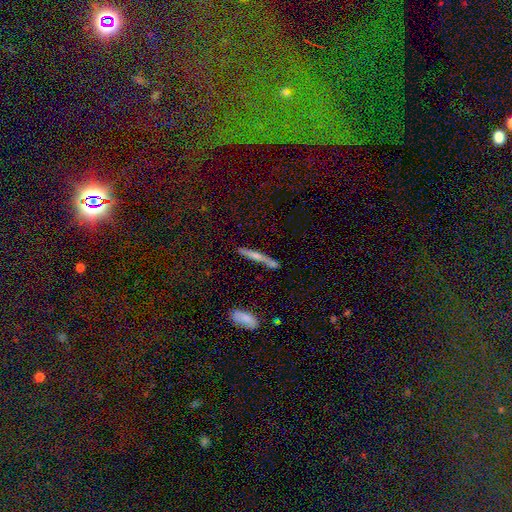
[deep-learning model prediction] Smooth or featured? smooth (52%)
How rounded? cigar-shaped (93%)
Merging? none (62%)